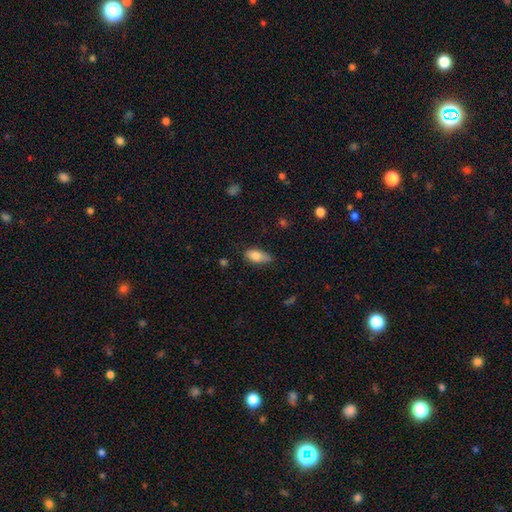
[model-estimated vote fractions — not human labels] Overall: smooth (82%). How rounded: in between (85%). Merging: none (62%; minor disturbance 30%).